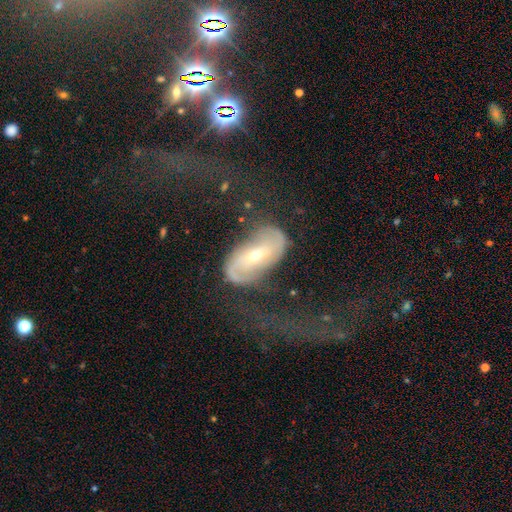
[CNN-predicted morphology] Smooth or featured? featured or disk (77%)
Edge-on disk? no (93%)
Bar? weak (35%)
Spiral arms? yes (83%)
Spiral winding? loose (60%)
Spiral arm count? 2 (85%)
Bulge size? small (52%)
Merging? major disturbance (45%)